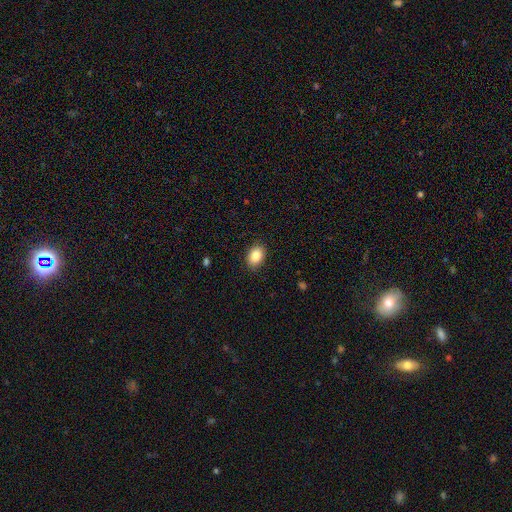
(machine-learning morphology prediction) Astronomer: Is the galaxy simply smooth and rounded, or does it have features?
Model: smooth — 86%.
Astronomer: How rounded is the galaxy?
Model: in between — 79%.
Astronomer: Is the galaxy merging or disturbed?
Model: none — 89%.